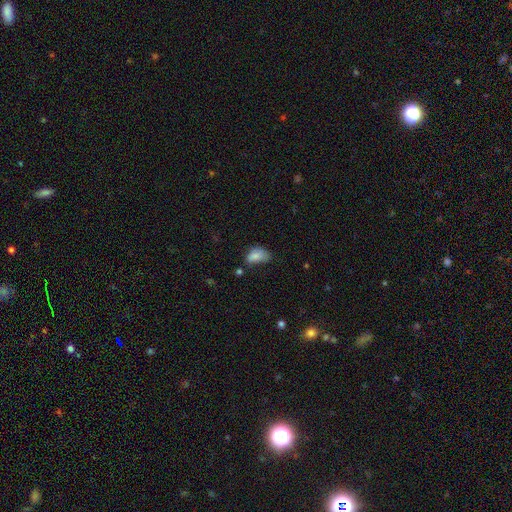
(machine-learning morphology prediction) The model was most divided on "merging": minor disturbance: 39%, none: 31%, major disturbance: 22%, merger: 8%. More confident: how rounded — in between (88%); smooth or featured — smooth (77%).